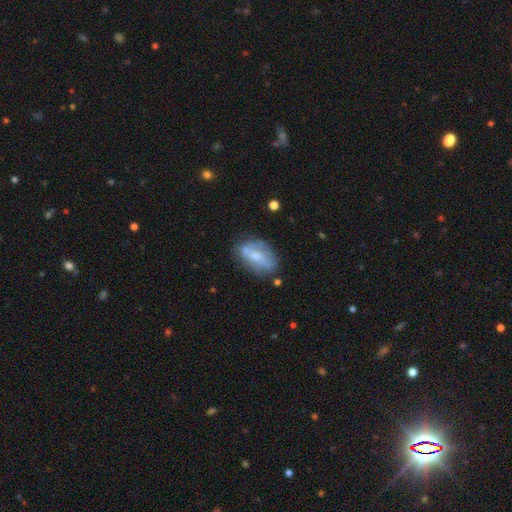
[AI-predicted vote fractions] Smooth or featured? featured or disk (46%, tied with smooth)
Merging? none (54%)